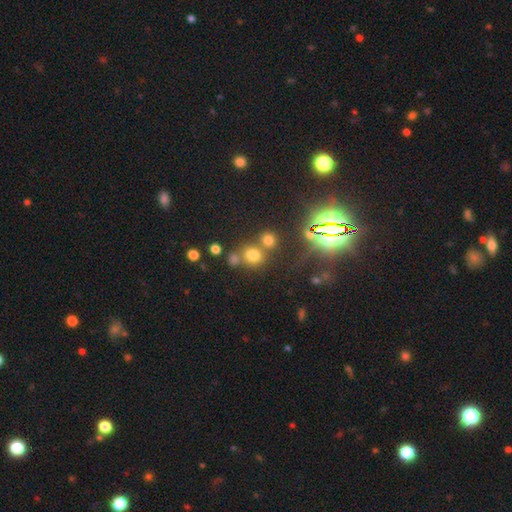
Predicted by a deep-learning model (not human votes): Smooth or featured: star or artifact — 51% (smooth — 39%)